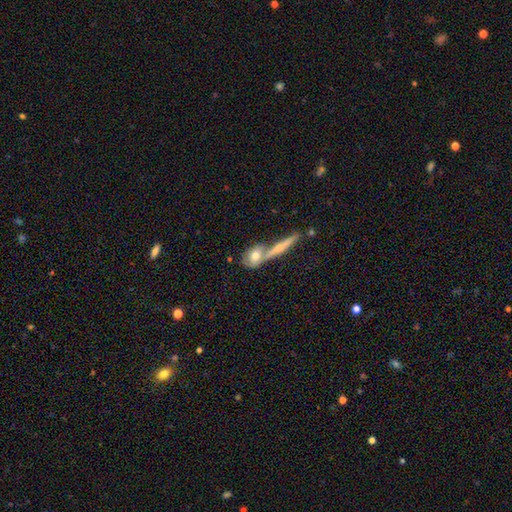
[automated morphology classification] This is likely a smooth galaxy (62%). How rounded: possibly in between (49%). Merging: possibly none (47%).